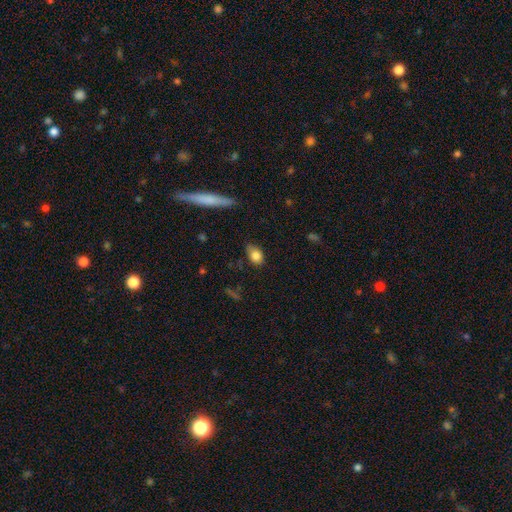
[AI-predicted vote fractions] This appears to be a smooth galaxy with no disk features (83%) that is in between round and cigar-shaped (77%). Merging: none (61%).